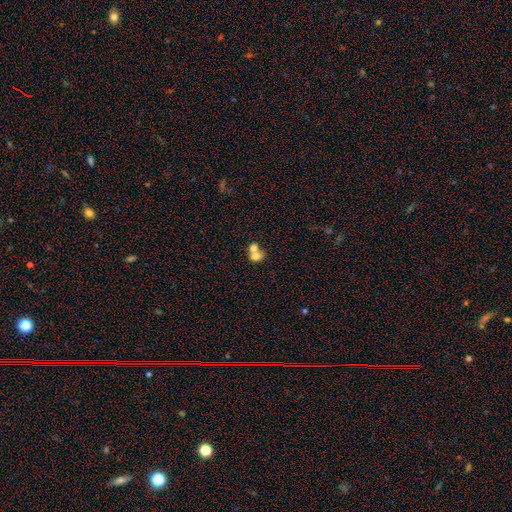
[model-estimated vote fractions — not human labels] Smooth or featured? smooth (71%)
How rounded? round (61%)
Merging? merger (68%)